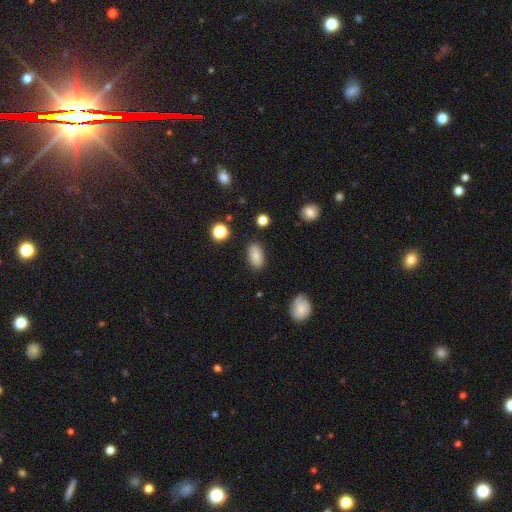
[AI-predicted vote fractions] A smooth galaxy with no disk features (81%) that is in between round and cigar-shaped (90%). Merging: none (85%).